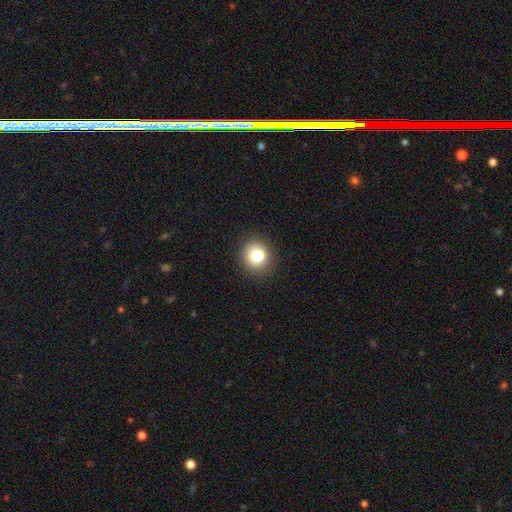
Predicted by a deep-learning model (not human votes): Q: Smooth or featured?
A: smooth (79%); runner-up: star or artifact (12%)
Q: How rounded?
A: round (88%); runner-up: in between (11%)
Q: Merging?
A: none (90%); runner-up: minor disturbance (7%)